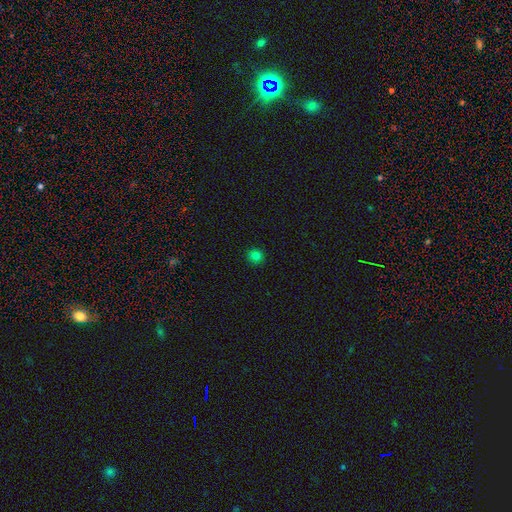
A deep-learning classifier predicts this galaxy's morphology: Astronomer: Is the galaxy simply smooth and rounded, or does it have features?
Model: smooth — 79%.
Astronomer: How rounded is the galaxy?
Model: round — 93%.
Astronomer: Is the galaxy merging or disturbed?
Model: none — 93%.